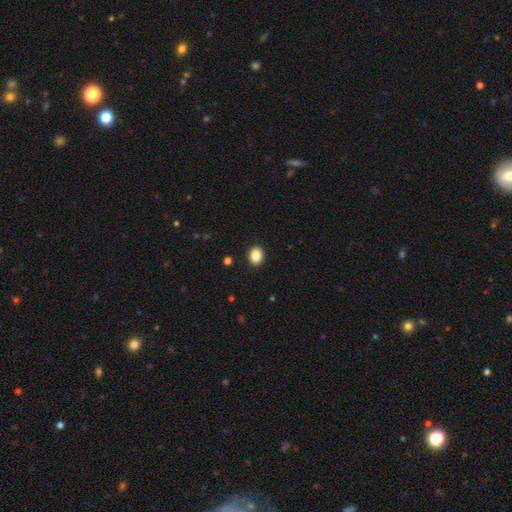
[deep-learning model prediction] Overall: smooth (87%). How rounded: in between (52%; round 47%). Merging: none (91%).